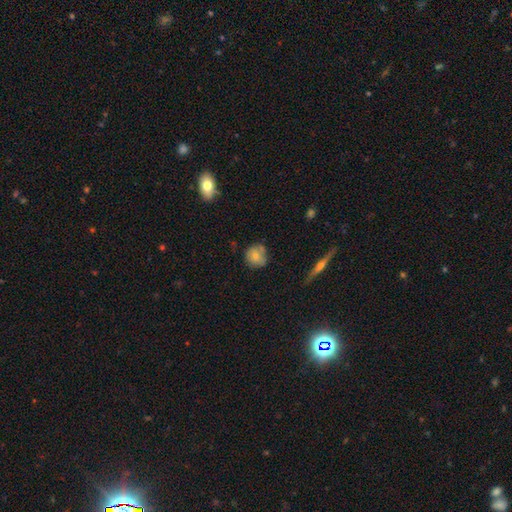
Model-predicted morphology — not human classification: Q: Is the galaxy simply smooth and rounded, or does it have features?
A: smooth — 64%.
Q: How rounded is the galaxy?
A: round — 86%.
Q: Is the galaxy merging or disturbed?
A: none — 66%.